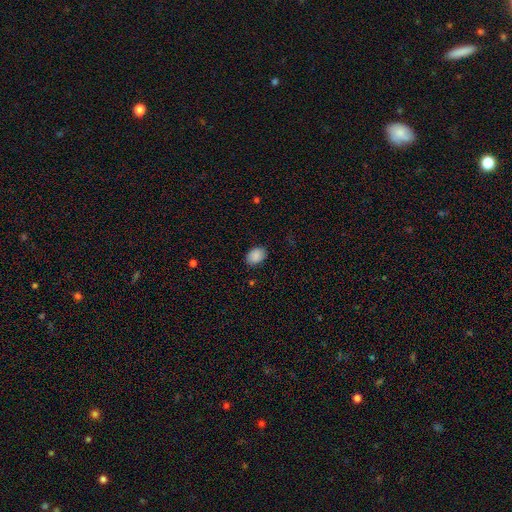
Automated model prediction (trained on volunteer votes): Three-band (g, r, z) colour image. It shows a smooth galaxy with no disk features (88%) that is in between round and cigar-shaped (75%). Merging: none (85%).